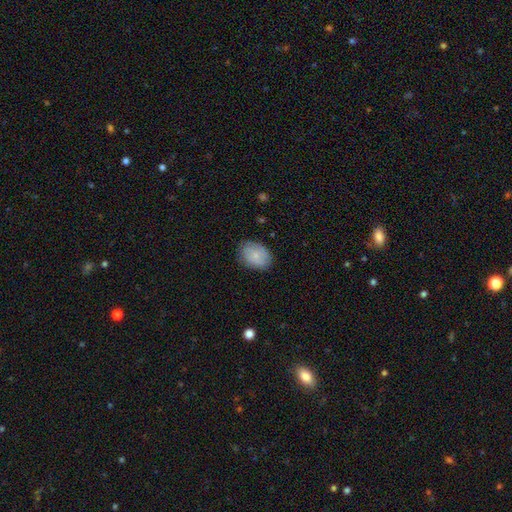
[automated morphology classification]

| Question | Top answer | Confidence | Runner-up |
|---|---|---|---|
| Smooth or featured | smooth | 65% | featured or disk (28%) |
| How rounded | in between | 67% | round (32%) |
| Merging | none | 78% | minor disturbance (17%) |